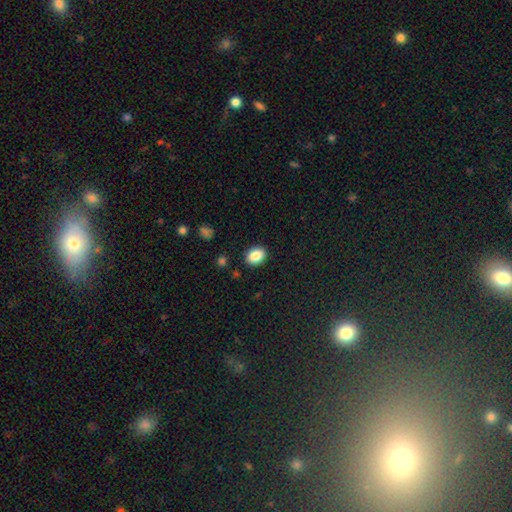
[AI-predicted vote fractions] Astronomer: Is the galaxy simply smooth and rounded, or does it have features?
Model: smooth — 86%.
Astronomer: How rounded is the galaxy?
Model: in between — 66%.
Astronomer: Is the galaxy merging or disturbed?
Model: none — 88%.